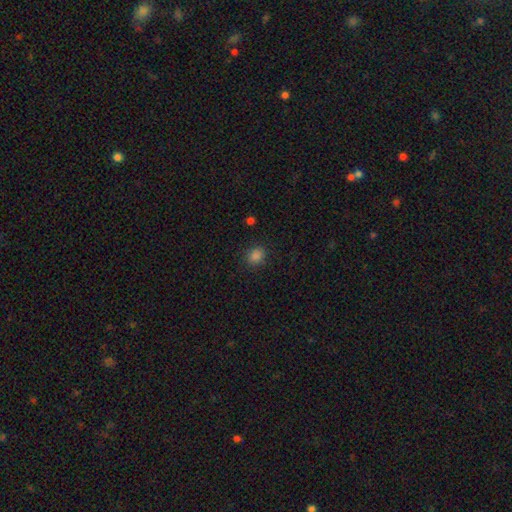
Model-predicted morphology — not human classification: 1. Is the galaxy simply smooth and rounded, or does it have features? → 84% smooth, 12% star or artifact, 3% featured or disk.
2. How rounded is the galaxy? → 60% round, 39% in between, 1% cigar-shaped.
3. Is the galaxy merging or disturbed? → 86% none, 9% minor disturbance, 3% major disturbance, 1% merger.